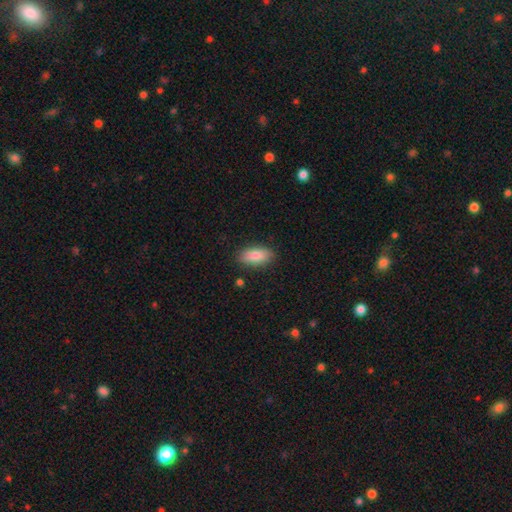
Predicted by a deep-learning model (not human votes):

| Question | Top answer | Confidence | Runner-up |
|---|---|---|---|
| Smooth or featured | smooth | 87% | featured or disk (7%) |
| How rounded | in between | 89% | cigar-shaped (8%) |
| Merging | none | 86% | minor disturbance (10%) |